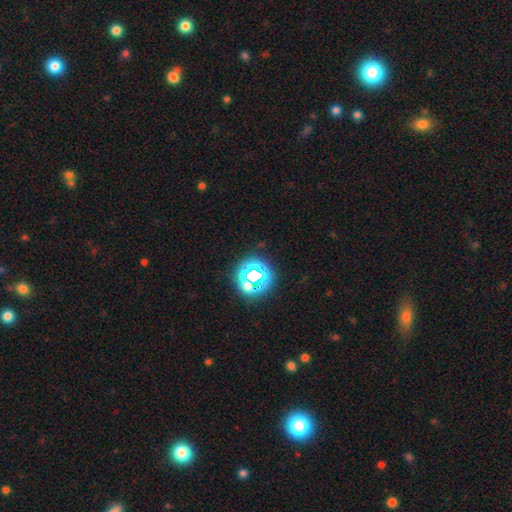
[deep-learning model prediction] Smooth or featured? Predicted: star or artifact (p=0.70).